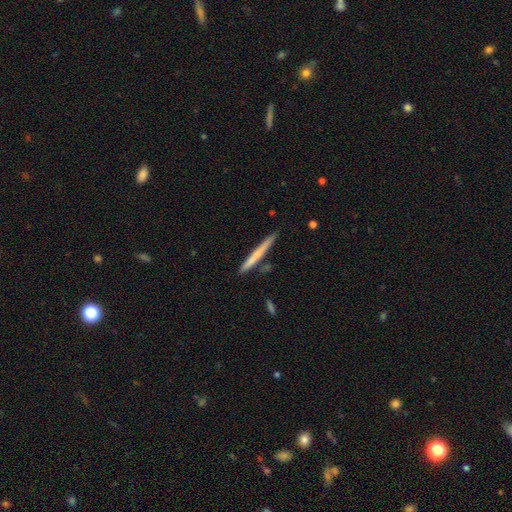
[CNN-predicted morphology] type=smooth (59%); roundness=cigar-shaped (97%); merging=none (86%).